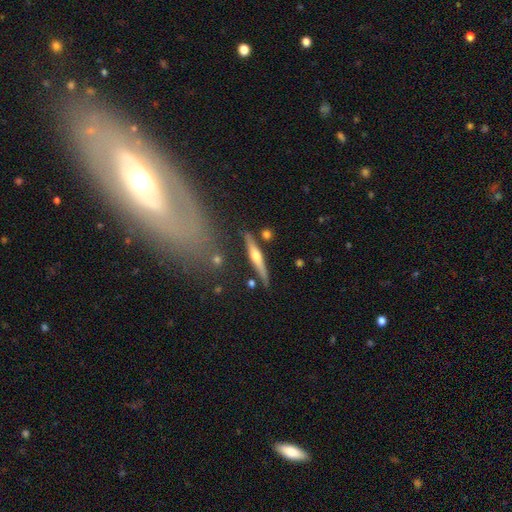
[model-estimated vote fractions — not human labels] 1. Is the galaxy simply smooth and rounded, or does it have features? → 62% featured or disk, 31% smooth, 6% star or artifact.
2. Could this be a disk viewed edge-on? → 95% yes, 5% no.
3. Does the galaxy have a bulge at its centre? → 88% rounded, 7% none, 5% boxy.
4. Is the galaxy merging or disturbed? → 81% none, 10% minor disturbance, 6% merger, 3% major disturbance.